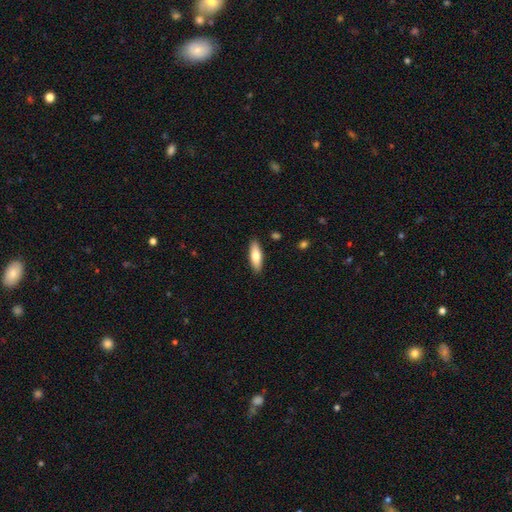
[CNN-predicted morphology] Smooth or featured? Predicted: smooth (p=0.74). How rounded? Predicted: in between (p=0.56). Merging? Predicted: none (p=0.89).